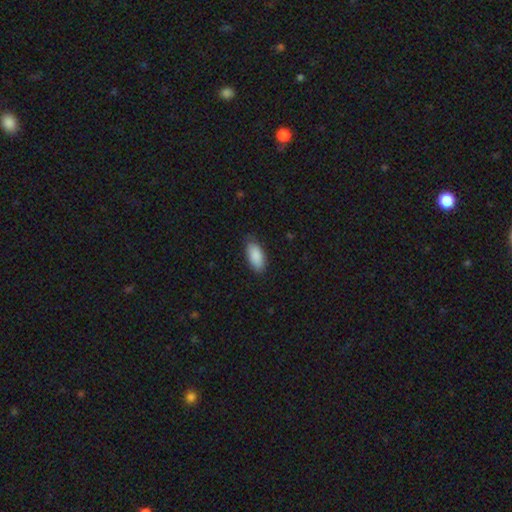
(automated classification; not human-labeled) Q: Smooth or featured?
A: smooth (89%); runner-up: star or artifact (6%)
Q: How rounded?
A: in between (90%); runner-up: cigar-shaped (8%)
Q: Merging?
A: none (80%); runner-up: minor disturbance (16%)